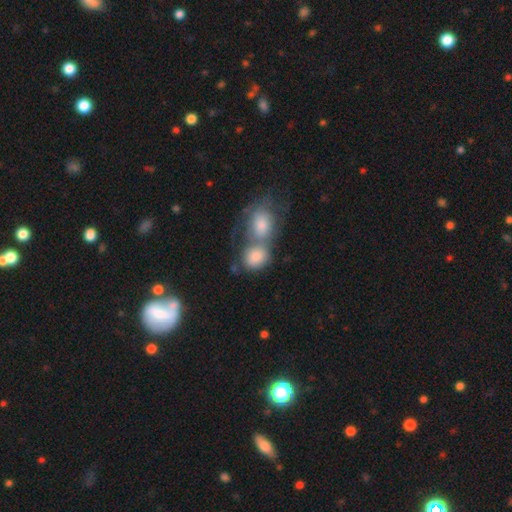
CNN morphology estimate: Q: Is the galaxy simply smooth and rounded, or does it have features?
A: smooth — 73%.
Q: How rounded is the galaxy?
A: in between — 51%.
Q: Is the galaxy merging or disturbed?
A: merger — 59%.